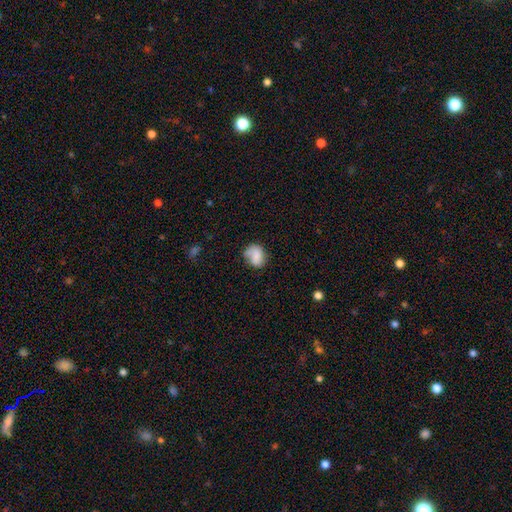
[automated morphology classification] Q: Smooth or featured?
A: smooth (72%); runner-up: featured or disk (19%)
Q: How rounded?
A: in between (58%); runner-up: round (41%)
Q: Merging?
A: none (47%); runner-up: minor disturbance (29%)